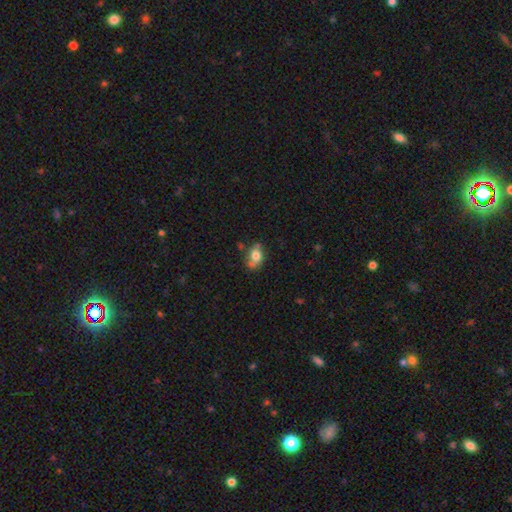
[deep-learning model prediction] Q: Smooth or featured?
A: smooth (70%); runner-up: featured or disk (21%)
Q: How rounded?
A: in between (70%); runner-up: round (28%)
Q: Merging?
A: none (52%); runner-up: minor disturbance (22%)